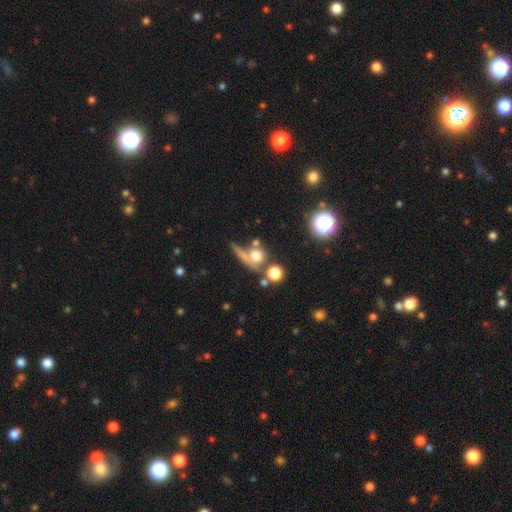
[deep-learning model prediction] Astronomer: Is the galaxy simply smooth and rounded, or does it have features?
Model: smooth — 64%.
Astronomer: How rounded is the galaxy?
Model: round — 76%.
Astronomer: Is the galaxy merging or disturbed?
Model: none — 40% (runner-up: merger, 30%).